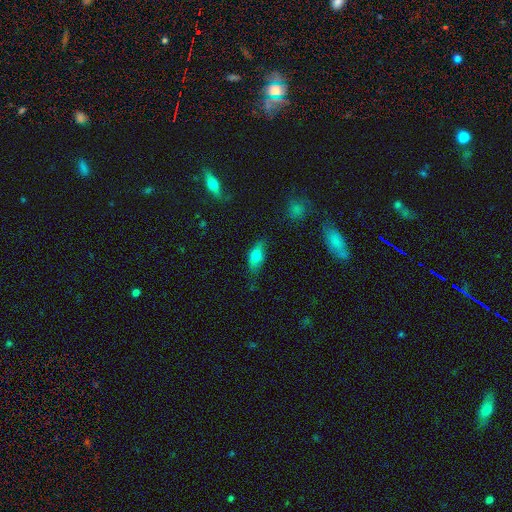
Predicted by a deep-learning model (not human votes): The model was most divided on "merging": none: 73%, minor disturbance: 20%, major disturbance: 4%, merger: 2%. More confident: how rounded — in between (78%); smooth or featured — smooth (73%).